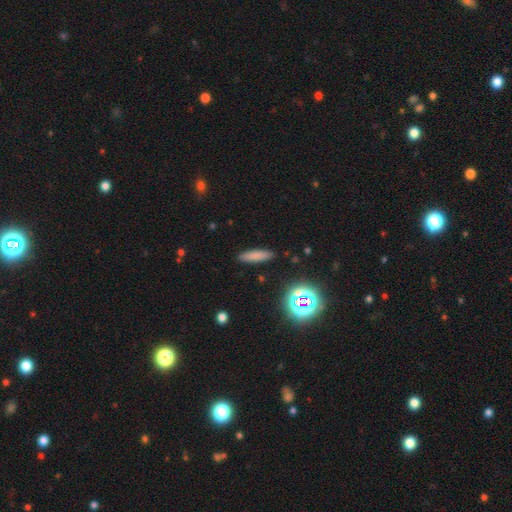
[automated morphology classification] Smooth or featured? Predicted: smooth (p=0.77). How rounded? Predicted: cigar-shaped (p=0.72). Merging? Predicted: none (p=0.90).